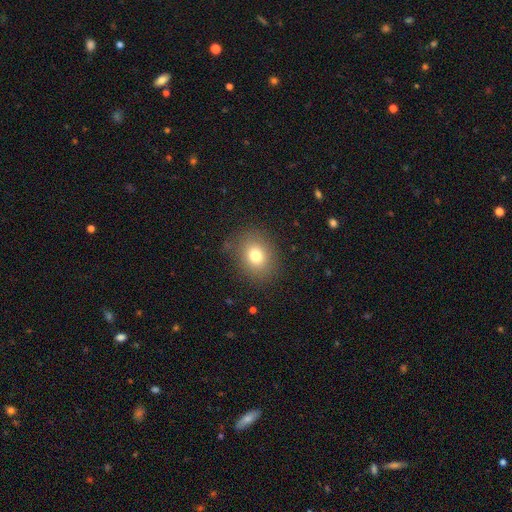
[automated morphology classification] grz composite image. It shows a smooth galaxy with no disk features (77%) that is round (59%). Merging: none (84%).